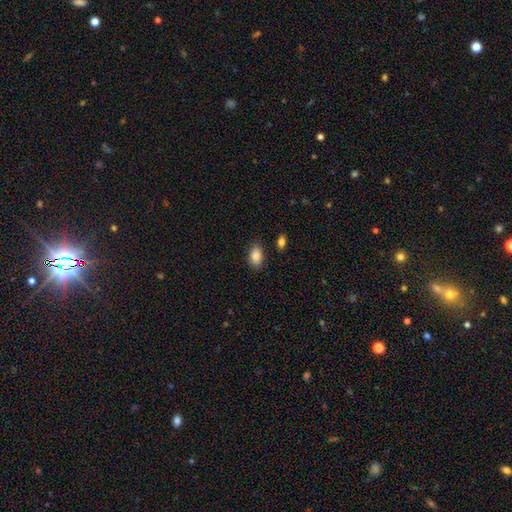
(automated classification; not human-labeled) Smooth or featured? Predicted: smooth (p=0.87). How rounded? Predicted: in between (p=0.89). Merging? Predicted: none (p=0.83).